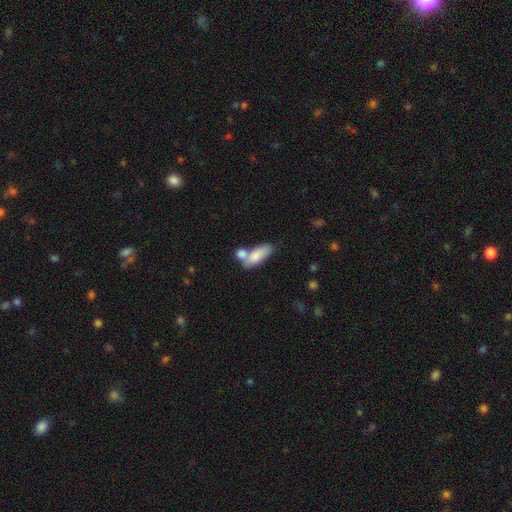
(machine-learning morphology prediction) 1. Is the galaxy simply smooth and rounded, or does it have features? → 78% smooth, 16% featured or disk, 6% star or artifact.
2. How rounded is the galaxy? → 77% in between, 19% cigar-shaped, 4% round.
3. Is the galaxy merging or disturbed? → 50% merger, 30% none, 13% minor disturbance, 6% major disturbance.